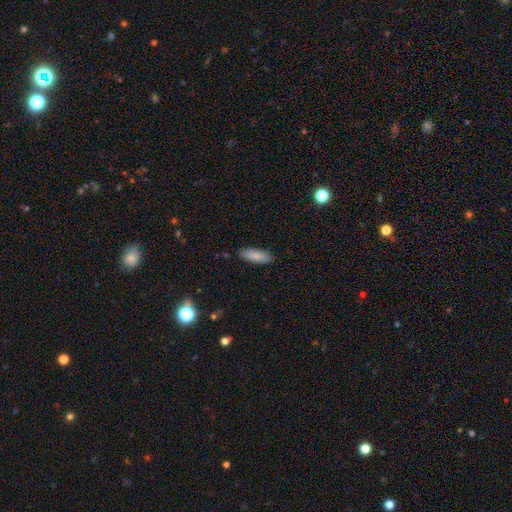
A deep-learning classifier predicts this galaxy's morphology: This is clearly a smooth galaxy (87%). How rounded: likely in between (62%). Merging: clearly none (87%).